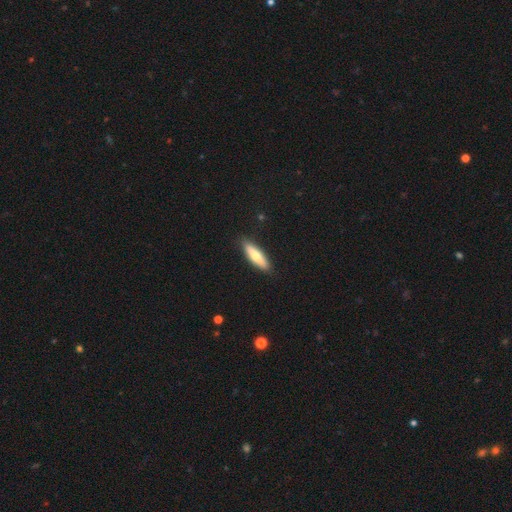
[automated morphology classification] smooth-or-featured: smooth: 67% | featured or disk: 28% | star or artifact: 5%
  how-rounded: cigar-shaped: 64% | in between: 34% | round: 2%
  merging: none: 89% | minor disturbance: 8% | major disturbance: 2% | merger: 1%